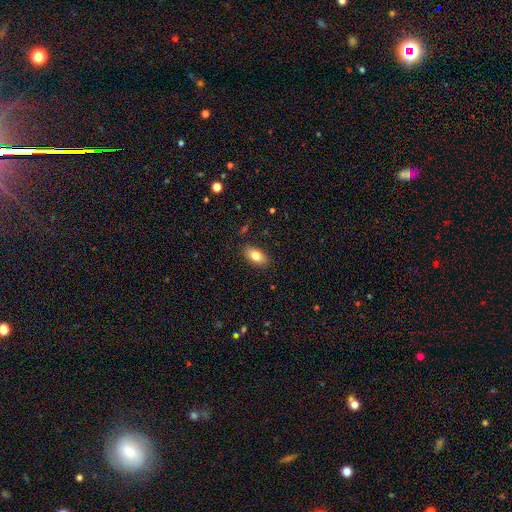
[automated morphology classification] smooth 81%, featured or disk 12%, star or artifact 7%. Down the decision tree: how rounded — in between (89%); merging — none (87%).